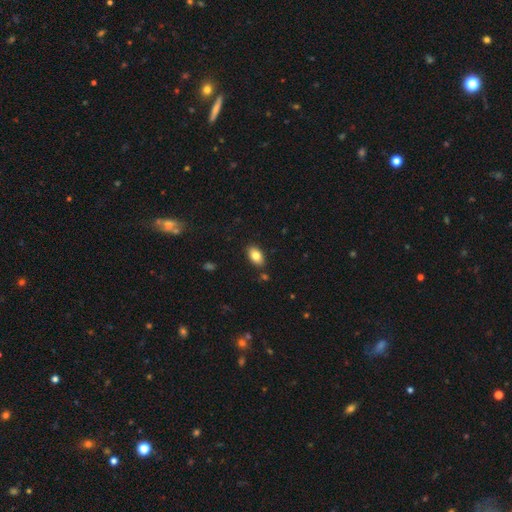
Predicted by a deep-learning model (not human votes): Smooth or featured?
  - smooth: 82% *
  - featured or disk: 10%
  - star or artifact: 8%
How rounded?
  - in between: 92% *
  - round: 6%
  - cigar-shaped: 2%
Merging?
  - none: 86% *
  - minor disturbance: 10%
  - merger: 2%
  - major disturbance: 2%